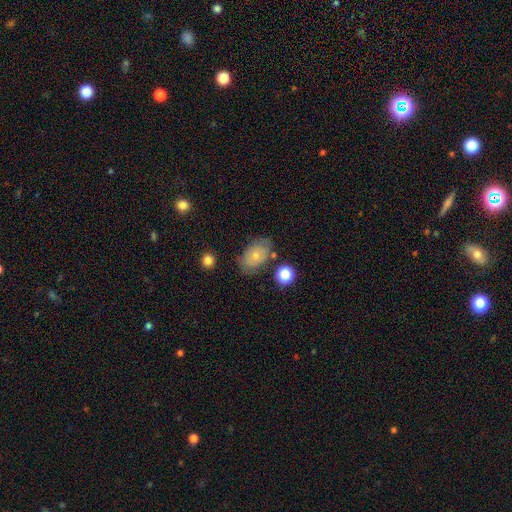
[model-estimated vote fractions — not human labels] A smooth galaxy with no disk features (63%) that is in between round and cigar-shaped (86%). Merging: none (70%).